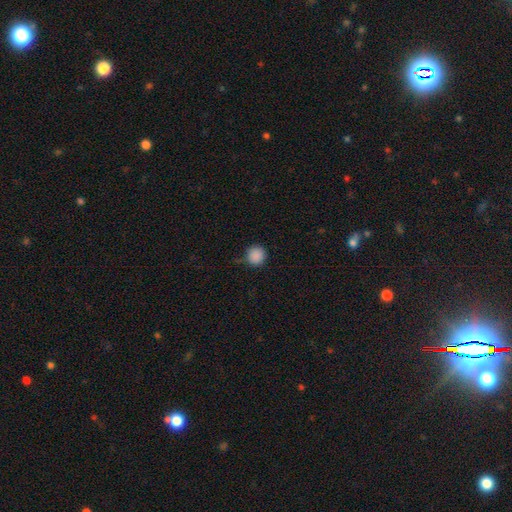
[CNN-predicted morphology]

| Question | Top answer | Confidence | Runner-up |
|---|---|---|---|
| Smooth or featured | smooth | 88% | star or artifact (9%) |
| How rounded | round | 93% | in between (6%) |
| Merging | none | 77% | minor disturbance (17%) |